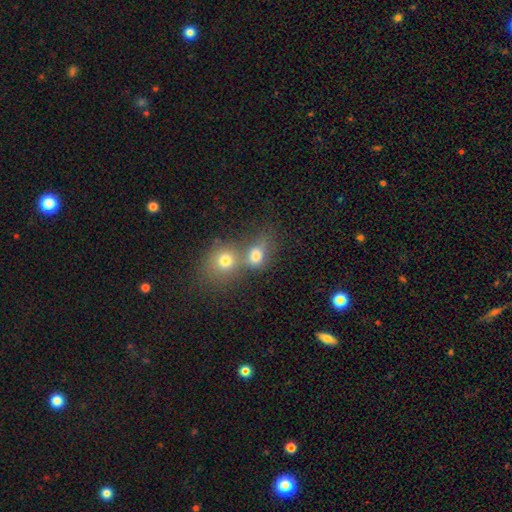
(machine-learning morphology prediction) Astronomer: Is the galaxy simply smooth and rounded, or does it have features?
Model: smooth — 75%.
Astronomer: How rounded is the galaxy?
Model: round — 62%.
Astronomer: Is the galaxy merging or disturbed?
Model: merger — 57%.